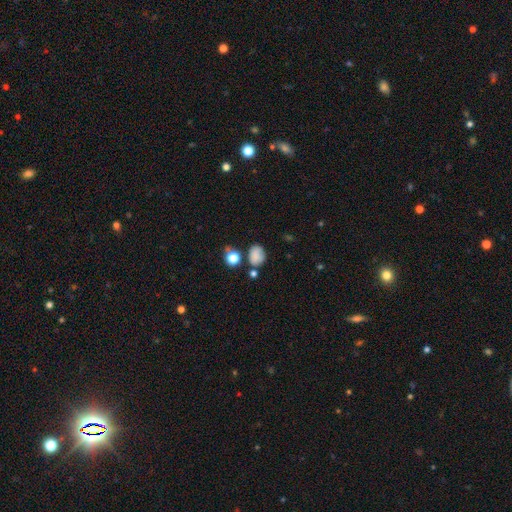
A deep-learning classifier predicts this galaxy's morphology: Smooth or featured: smooth — 79% (star or artifact — 13%)
How rounded: in between — 60% (round — 38%)
Merging: none — 58% (minor disturbance — 23%)